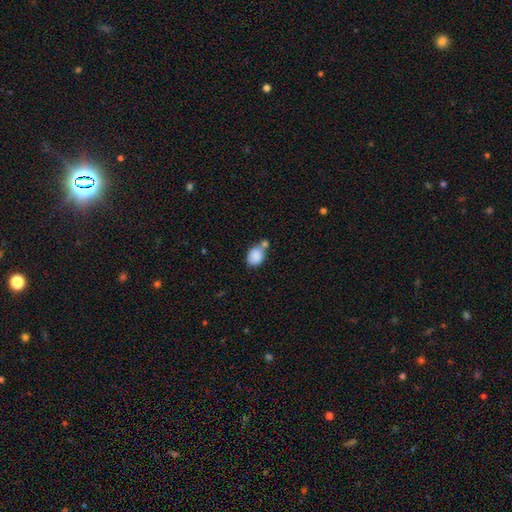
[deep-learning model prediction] smooth 86%, star or artifact 8%, featured or disk 6%. Down the decision tree: how rounded — in between (60%); merging — none (41%).